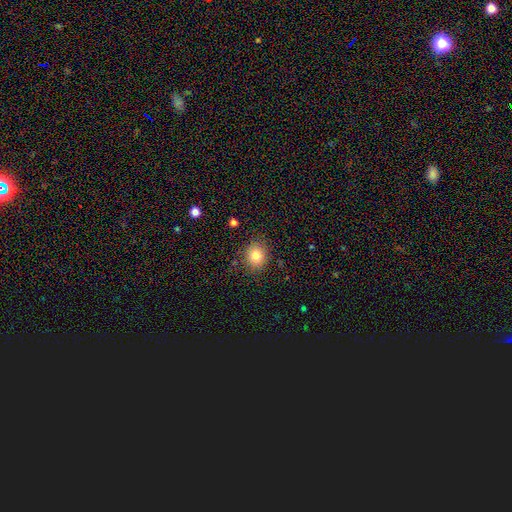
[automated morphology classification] This appears to be a smooth galaxy with no disk features (80%) that is round (71%). Merging: none (86%).